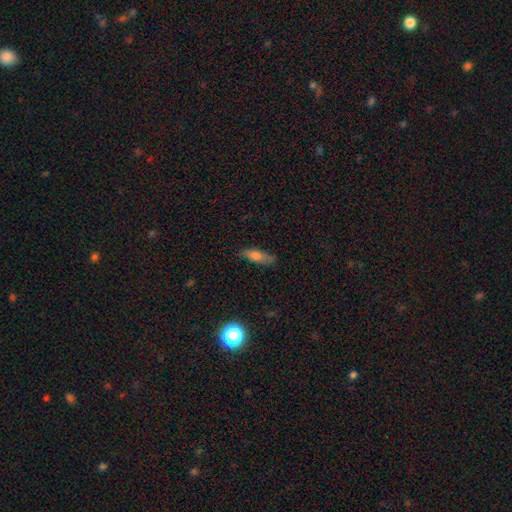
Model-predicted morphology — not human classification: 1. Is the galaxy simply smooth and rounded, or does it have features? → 68% smooth, 22% featured or disk, 11% star or artifact.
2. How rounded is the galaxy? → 50% cigar-shaped, 46% in between, 4% round.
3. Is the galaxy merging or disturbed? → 78% none, 17% minor disturbance, 4% major disturbance, 2% merger.